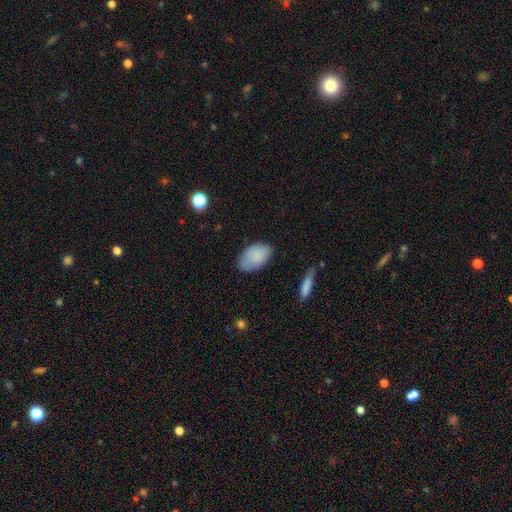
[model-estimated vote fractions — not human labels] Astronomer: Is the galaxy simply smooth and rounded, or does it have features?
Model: smooth — 85%.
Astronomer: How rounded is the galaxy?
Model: in between — 93%.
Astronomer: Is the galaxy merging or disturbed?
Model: none — 76%.